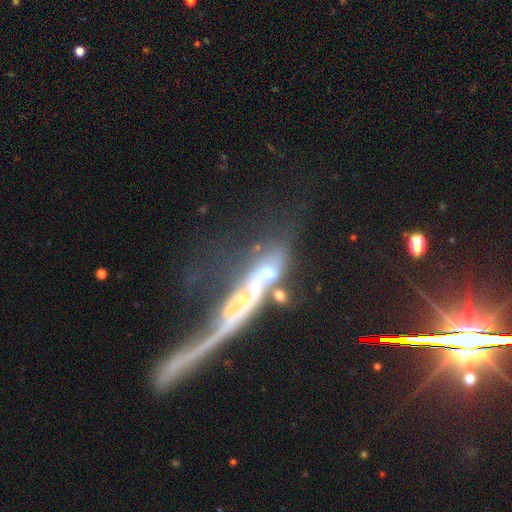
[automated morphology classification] smooth-or-featured: featured or disk: 59% | star or artifact: 23% | smooth: 18%
  disk-edge-on: yes: 54% | no: 46%
  merging: merger: 44% | major disturbance: 30% | none: 15% | minor disturbance: 10%